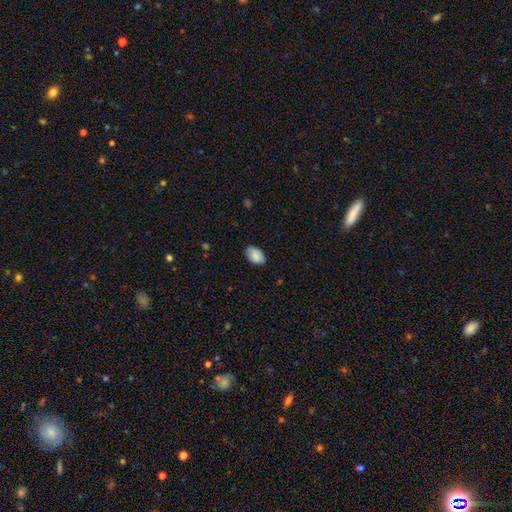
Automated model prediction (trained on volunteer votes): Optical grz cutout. It shows a smooth galaxy with no disk features (85%) that is in between round and cigar-shaped (90%). Merging: none (83%).